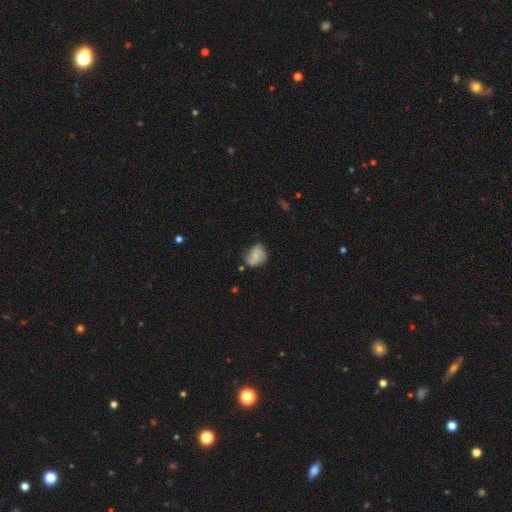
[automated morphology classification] A featured or disk galaxy (49%).

Vote fractions:
- Smooth or featured? featured or disk: 49% / smooth: 43% / star or artifact: 8%
- Merging? none: 58% / minor disturbance: 30% / major disturbance: 9% / merger: 3%